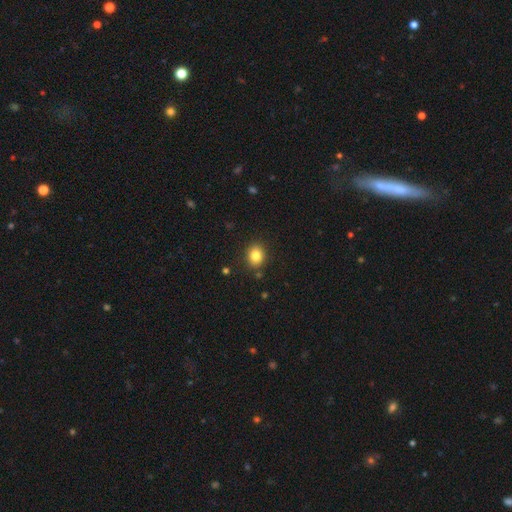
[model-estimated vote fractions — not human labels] Q: Smooth or featured?
A: smooth (83%); runner-up: star or artifact (10%)
Q: How rounded?
A: round (58%); runner-up: in between (41%)
Q: Merging?
A: none (86%); runner-up: minor disturbance (9%)